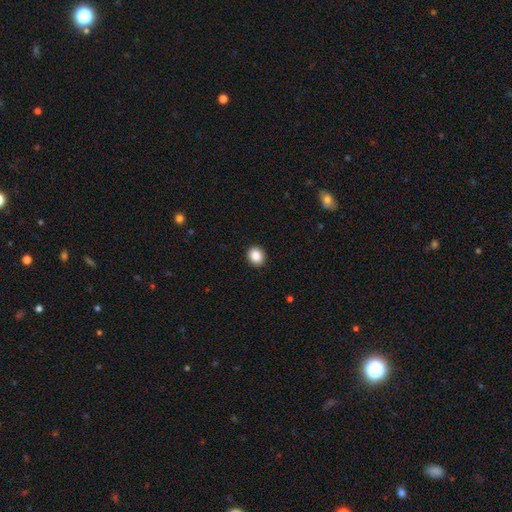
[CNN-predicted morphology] Smooth or featured? smooth (87%)
How rounded? round (63%)
Merging? none (91%)